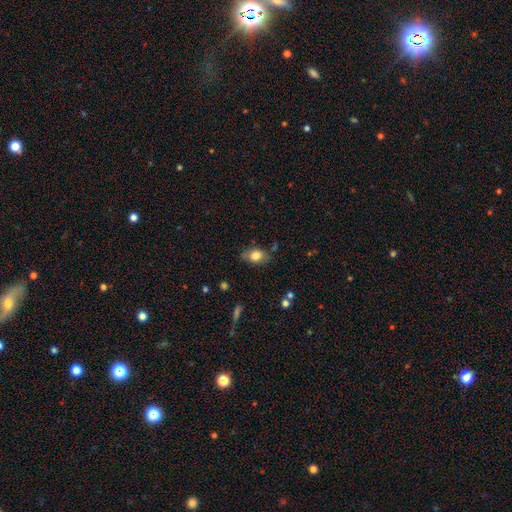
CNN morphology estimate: The model was most divided on "merging": none: 76%, minor disturbance: 18%, major disturbance: 4%, merger: 2%. More confident: how rounded — in between (84%); smooth or featured — smooth (78%).